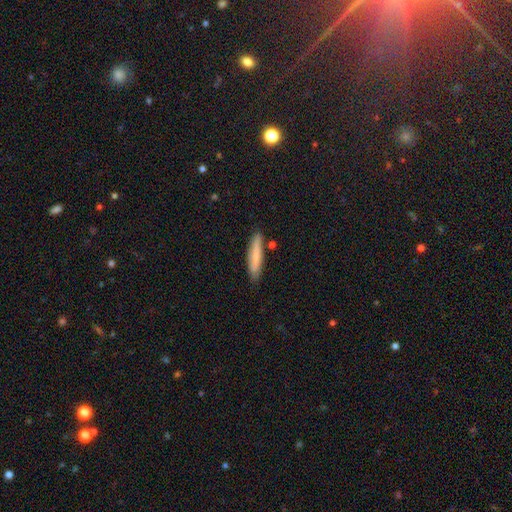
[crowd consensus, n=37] A smooth galaxy with no disk features (68%) that is cigar-shaped (92%). Merging: none (69%).